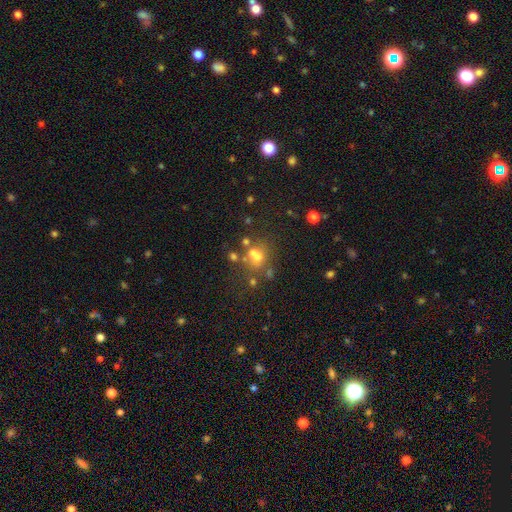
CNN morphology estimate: Smooth or featured? Predicted: smooth (p=0.54). How rounded? Predicted: round (p=0.66). Merging? Predicted: none (p=0.46).